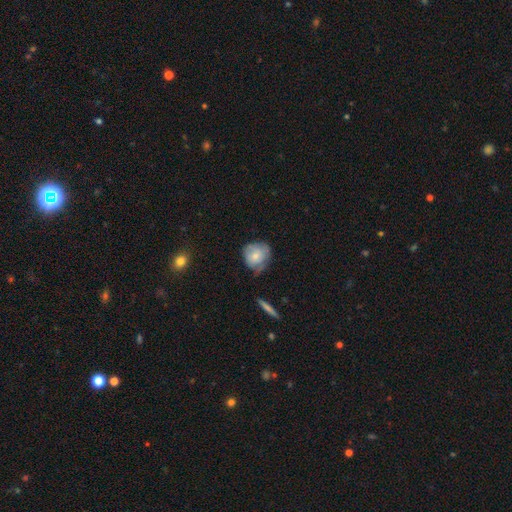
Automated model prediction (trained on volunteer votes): Smooth or featured: smooth — 66% (featured or disk — 27%)
How rounded: round — 76% (in between — 23%)
Merging: none — 52% (minor disturbance — 35%)